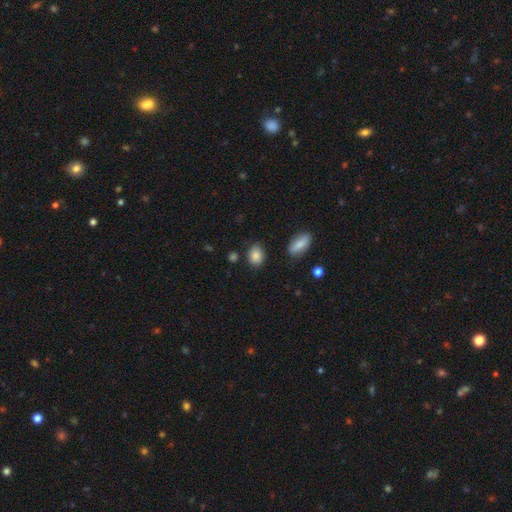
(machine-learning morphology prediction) This appears to be a smooth galaxy with no disk features (86%) that is in between round and cigar-shaped (66%). Merging: none (78%).